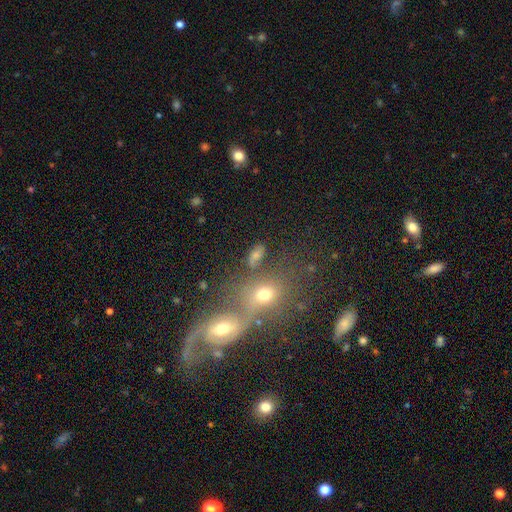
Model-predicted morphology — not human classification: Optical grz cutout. It shows a smooth galaxy with no disk features (62%) that is in between round and cigar-shaped (80%). Merging: none (55%).